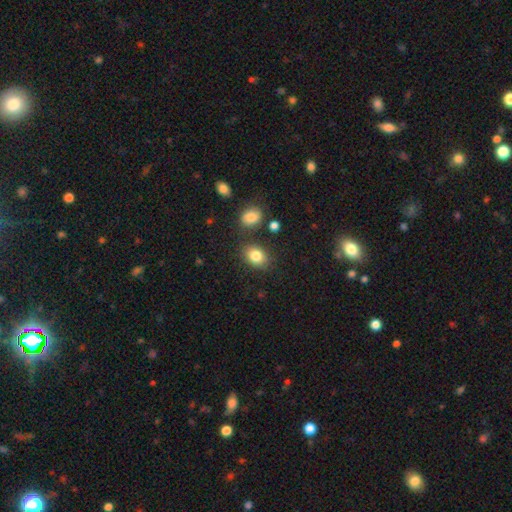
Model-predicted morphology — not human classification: This appears to be a smooth galaxy with no disk features (84%) that is in between round and cigar-shaped (63%). Merging: none (80%).